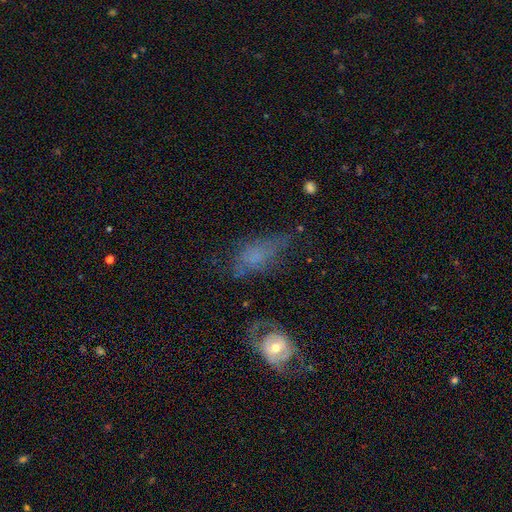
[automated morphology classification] Overall: smooth (47%; featured or disk 39%). Merging: none (39%; major disturbance 28%).